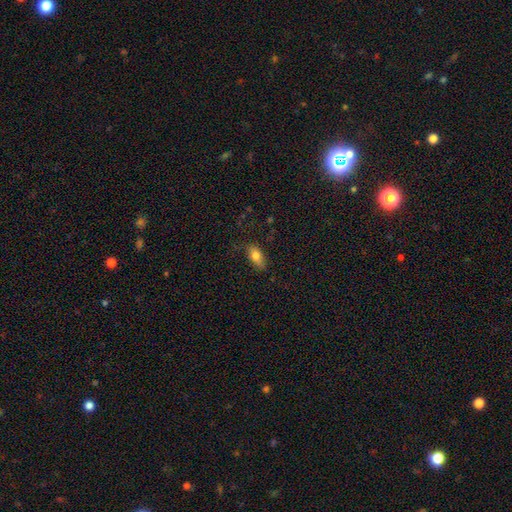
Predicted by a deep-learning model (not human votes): This is likely a smooth galaxy (75%). How rounded: clearly in between (83%). Merging: likely none (77%).